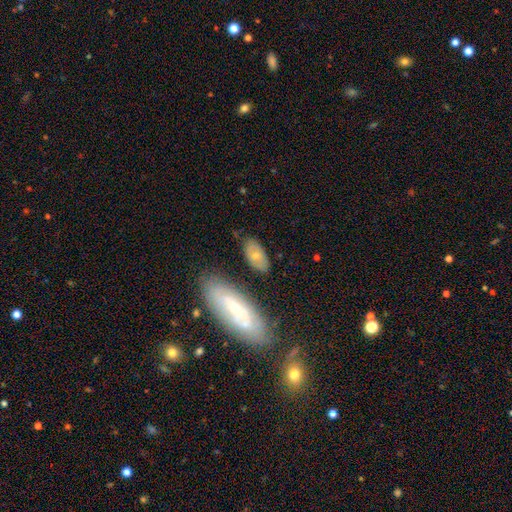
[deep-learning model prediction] smooth_or_featured: smooth (p=0.59) [alt: featured or disk p=0.34]
how_rounded: in between (p=0.91) [alt: cigar-shaped p=0.05]
merging: none (p=0.77) [alt: minor disturbance p=0.15]